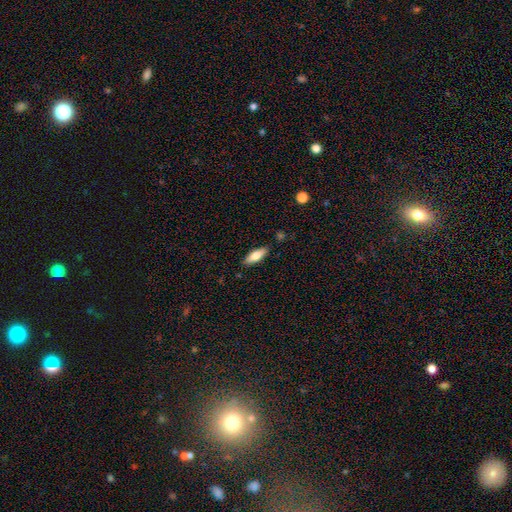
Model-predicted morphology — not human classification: Smooth or featured: smooth — 71% (featured or disk — 22%)
How rounded: in between — 64% (cigar-shaped — 34%)
Merging: none — 86% (minor disturbance — 10%)